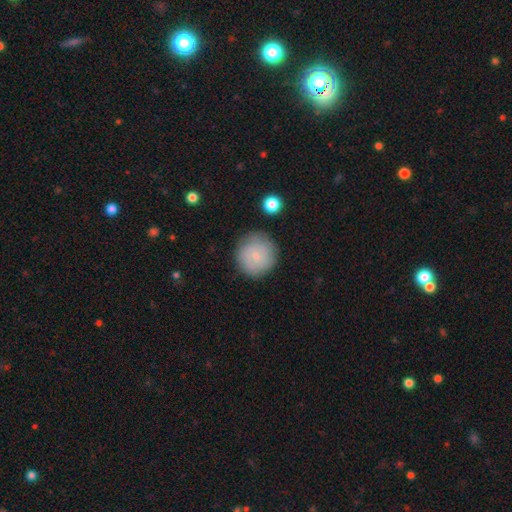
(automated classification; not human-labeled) smooth-or-featured: smooth: 79% | featured or disk: 14% | star or artifact: 7%
  how-rounded: round: 95% | in between: 4% | cigar-shaped: 1%
  merging: none: 83% | minor disturbance: 12% | major disturbance: 3% | merger: 2%